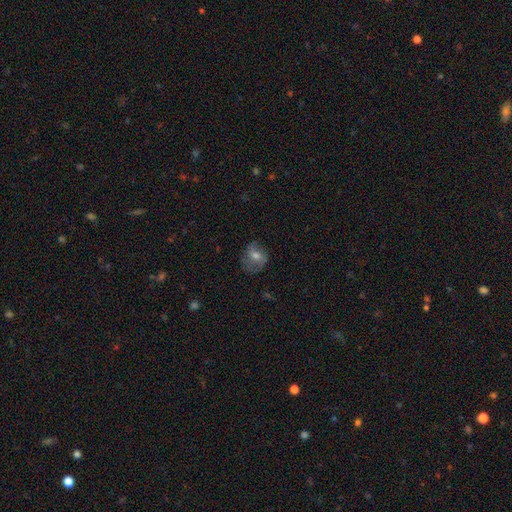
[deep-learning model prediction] Smooth or featured? Predicted: smooth (p=0.48). Merging? Predicted: none (p=0.61).